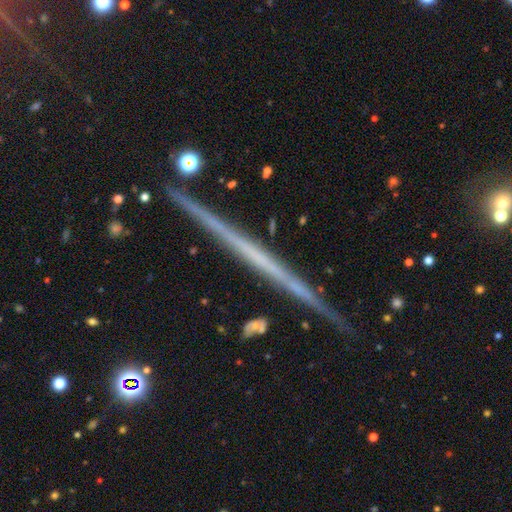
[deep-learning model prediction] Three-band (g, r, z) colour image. It shows a featured or disk galaxy (69%) viewed edge-on (97%) with no central bulge (89%). Merging: none (89%).